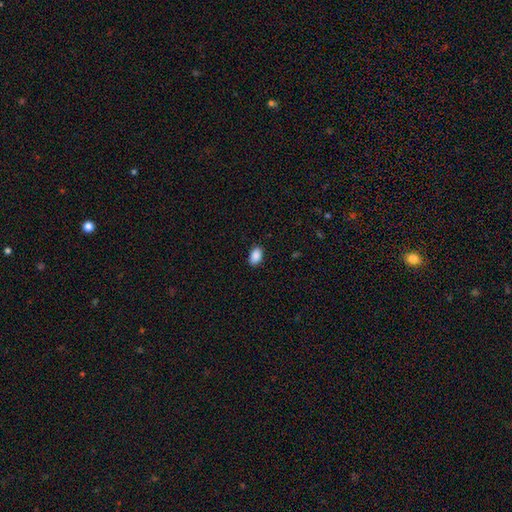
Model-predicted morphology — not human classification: type=smooth (90%); roundness=in between (92%); merging=none (88%).